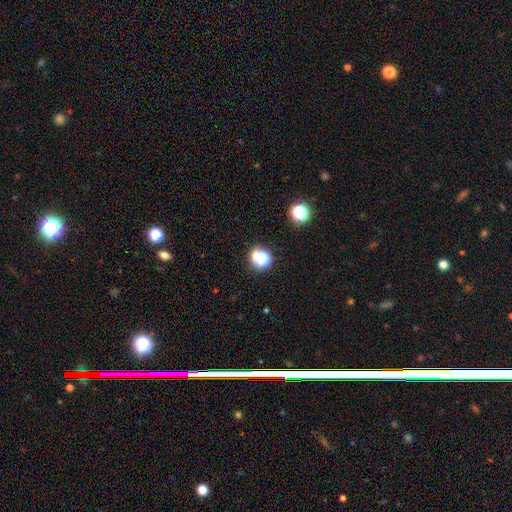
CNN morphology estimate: smooth 46%, star or artifact 45%, featured or disk 8%. Down the decision tree: merging — none (74%).